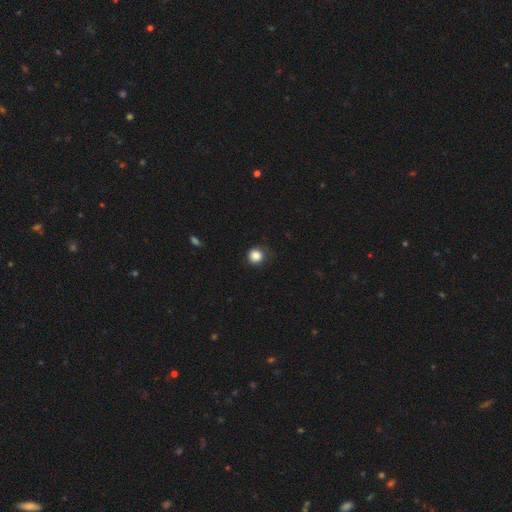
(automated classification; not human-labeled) Smooth or featured?
  - smooth: 86% *
  - star or artifact: 11%
  - featured or disk: 4%
How rounded?
  - round: 94% *
  - in between: 5%
  - cigar-shaped: 1%
Merging?
  - none: 84% *
  - minor disturbance: 12%
  - major disturbance: 3%
  - merger: 1%